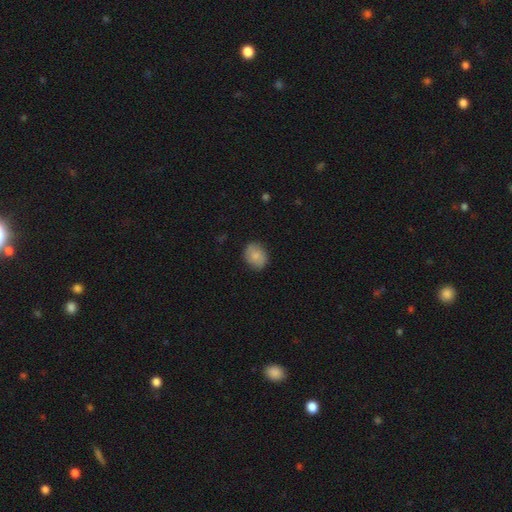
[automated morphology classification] A smooth galaxy with no disk features (82%) that is in between round and cigar-shaped (53%).

Vote fractions:
- Smooth or featured? smooth: 82% / featured or disk: 11% / star or artifact: 7%
- How rounded? in between: 53% / round: 46% / cigar-shaped: 1%
- Merging? none: 84% / minor disturbance: 12% / major disturbance: 3% / merger: 1%